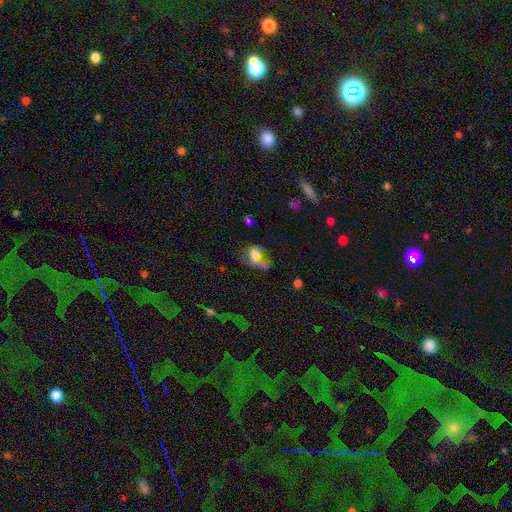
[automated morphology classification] smooth-or-featured: smooth: 47% | featured or disk: 35% | star or artifact: 18%
  merging: merger: 29% (tied) | none: 29% (tied) | major disturbance: 25% | minor disturbance: 17%